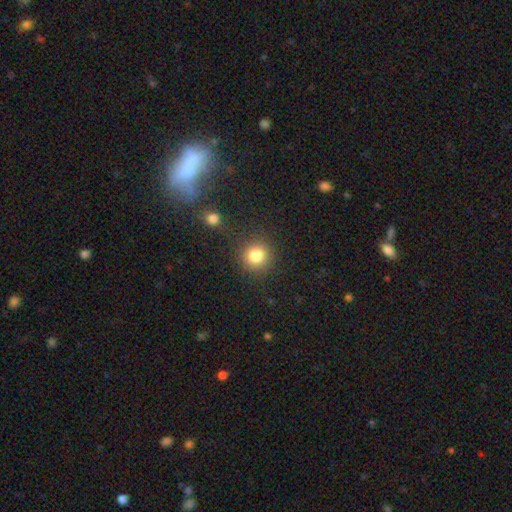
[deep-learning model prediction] Smooth or featured? Predicted: smooth (p=0.84). How rounded? Predicted: round (p=0.91). Merging? Predicted: none (p=0.83).